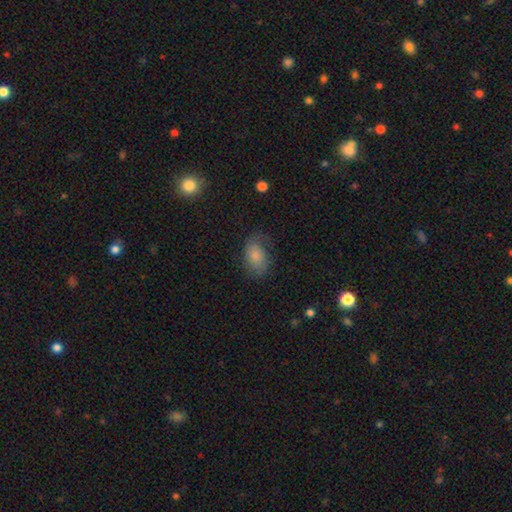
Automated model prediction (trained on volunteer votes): The model was most divided on "merging": none: 58%, minor disturbance: 26%, major disturbance: 14%, merger: 2%. More confident: how rounded — in between (86%); smooth or featured — smooth (72%).